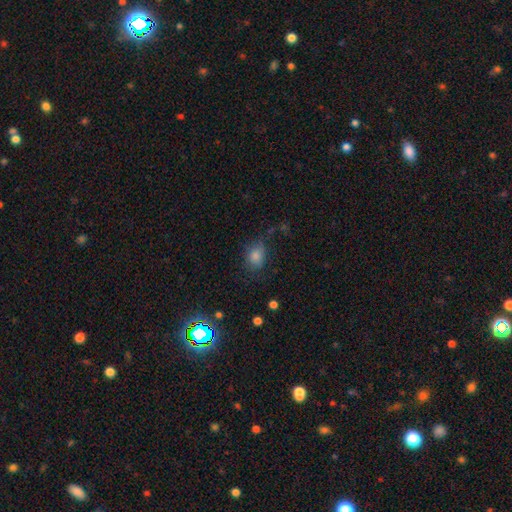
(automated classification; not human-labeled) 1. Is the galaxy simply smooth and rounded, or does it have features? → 72% smooth, 20% star or artifact, 9% featured or disk.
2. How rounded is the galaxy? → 54% in between, 44% round, 2% cigar-shaped.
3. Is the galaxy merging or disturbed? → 65% none, 22% minor disturbance, 11% major disturbance, 2% merger.